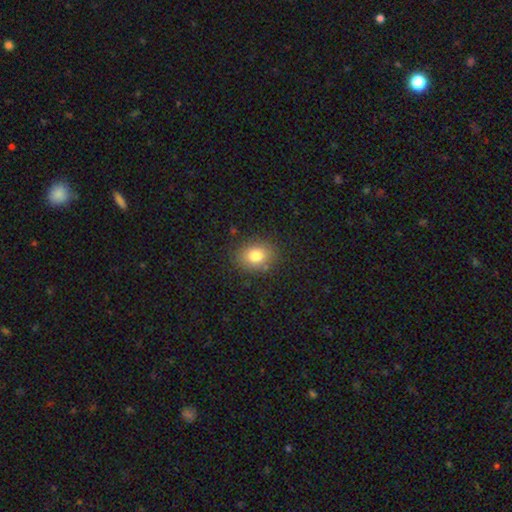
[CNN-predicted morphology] Smooth or featured? smooth (80%)
How rounded? in between (54%)
Merging? none (84%)